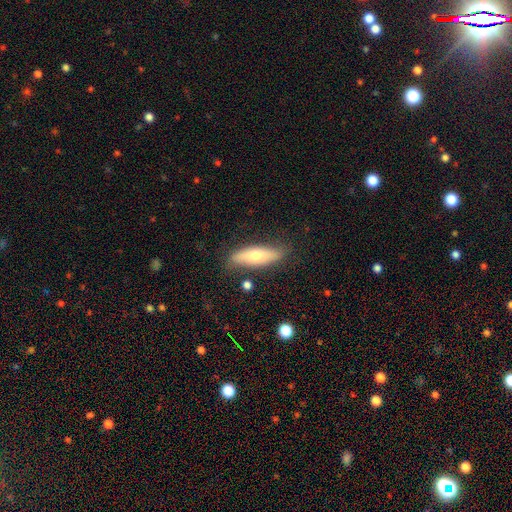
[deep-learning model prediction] A smooth galaxy with no disk features (59%) that is cigar-shaped (53%).

Vote fractions:
- Smooth or featured? smooth: 59% / featured or disk: 35% / star or artifact: 6%
- How rounded? cigar-shaped: 53% / in between: 44% / round: 2%
- Merging? none: 81% / minor disturbance: 14% / major disturbance: 3% / merger: 2%